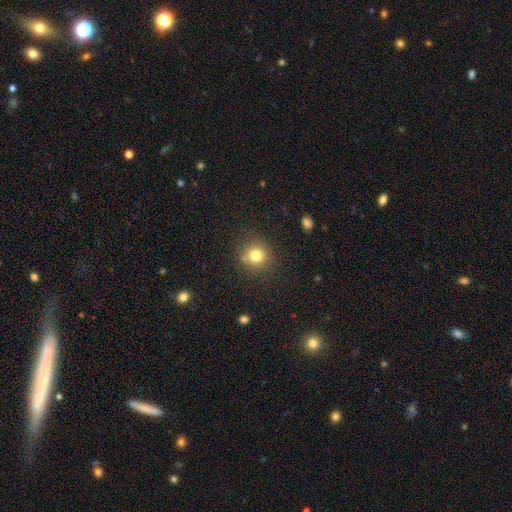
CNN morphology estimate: smooth 78%, star or artifact 14%, featured or disk 8%. Down the decision tree: how rounded — round (91%); merging — none (82%).